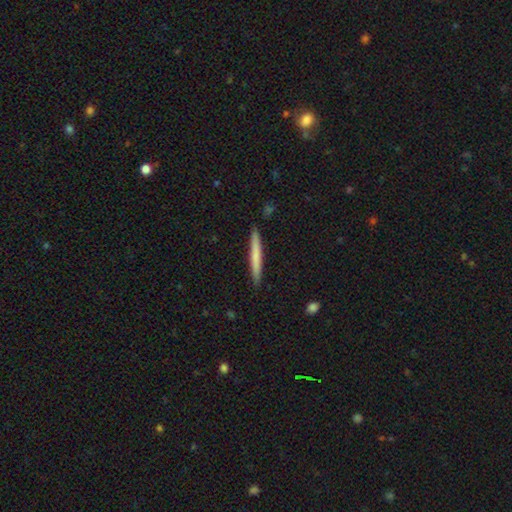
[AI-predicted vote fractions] Smooth or featured?
  - smooth: 67% *
  - featured or disk: 27%
  - star or artifact: 5%
How rounded?
  - cigar-shaped: 97% *
  - in between: 2%
  - round: 1%
Merging?
  - none: 91% *
  - minor disturbance: 6%
  - major disturbance: 1%
  - merger: 1%